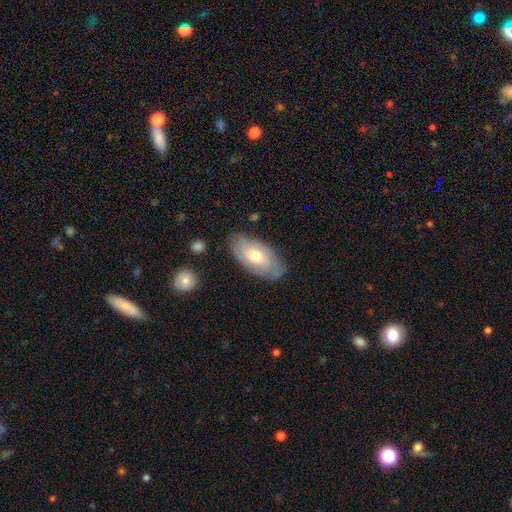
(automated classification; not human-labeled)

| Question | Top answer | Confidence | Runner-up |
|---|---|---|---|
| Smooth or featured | featured or disk | 51% | smooth (43%) |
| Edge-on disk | no | 88% | yes (12%) |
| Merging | none | 77% | minor disturbance (18%) |